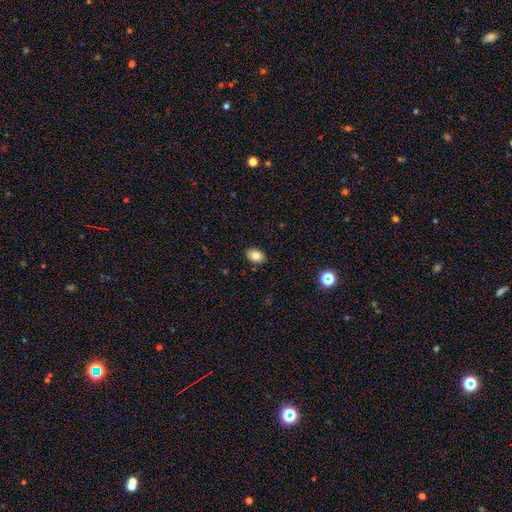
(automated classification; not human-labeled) Smooth or featured: smooth — 82% (featured or disk — 9%)
How rounded: in between — 84% (round — 15%)
Merging: none — 88% (minor disturbance — 9%)